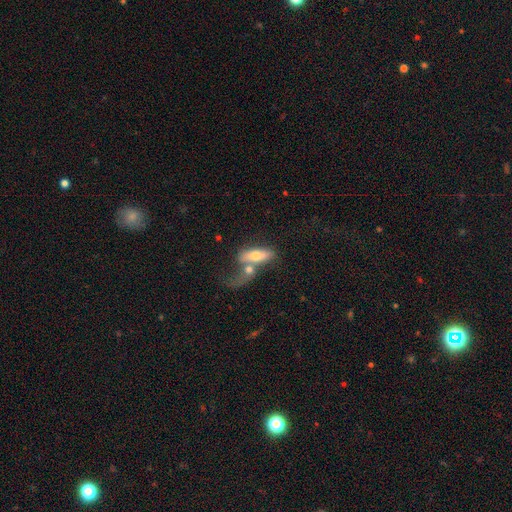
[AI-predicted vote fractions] A smooth galaxy with no disk features (59%) that is in between round and cigar-shaped (63%).

Vote fractions:
- Smooth or featured? smooth: 59% / featured or disk: 34% / star or artifact: 7%
- How rounded? in between: 63% / cigar-shaped: 32% / round: 5%
- Merging? merger: 56% / none: 21% / major disturbance: 14% / minor disturbance: 9%